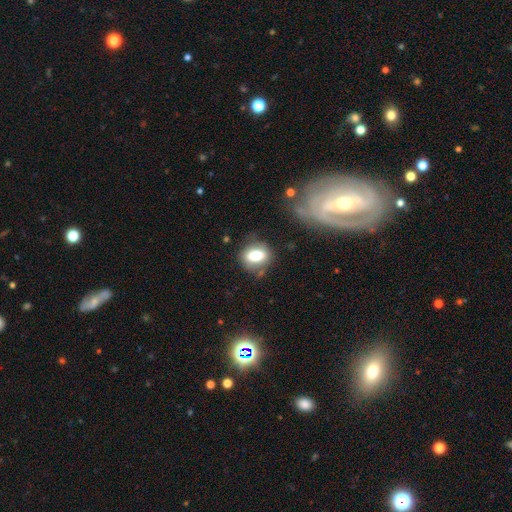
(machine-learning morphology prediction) Smooth or featured: smooth — 75% (featured or disk — 17%)
How rounded: in between — 66% (round — 31%)
Merging: none — 72% (minor disturbance — 18%)